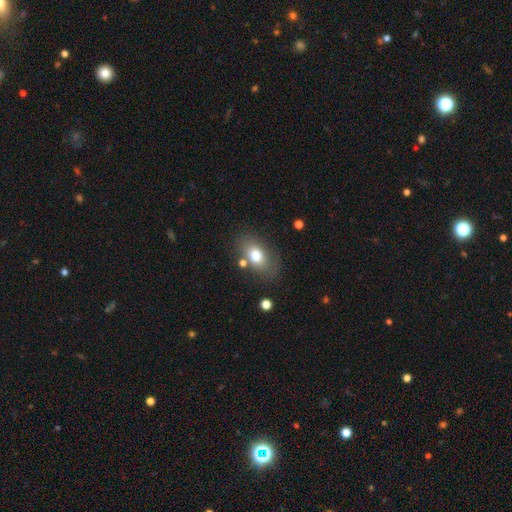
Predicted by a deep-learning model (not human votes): Smooth or featured: smooth — 73% (featured or disk — 17%)
How rounded: in between — 81% (round — 17%)
Merging: none — 72% (minor disturbance — 14%)